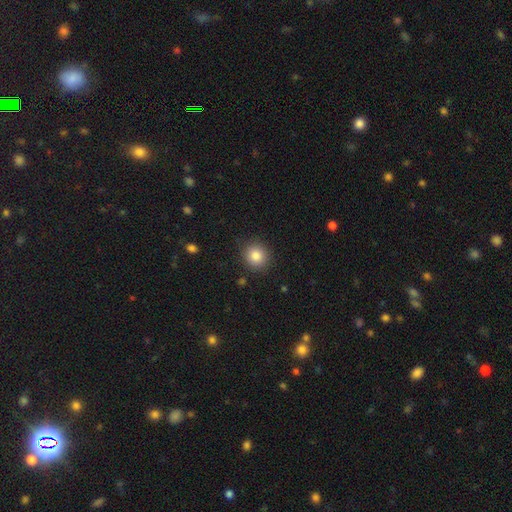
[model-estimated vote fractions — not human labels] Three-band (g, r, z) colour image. It shows a smooth galaxy with no disk features (84%) that is round (86%). Merging: none (88%).